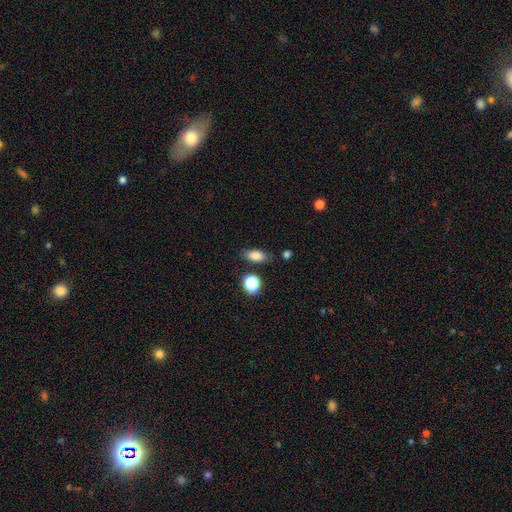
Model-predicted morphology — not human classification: Smooth or featured: smooth — 83% (star or artifact — 10%)
How rounded: in between — 83% (round — 9%)
Merging: none — 80% (minor disturbance — 13%)